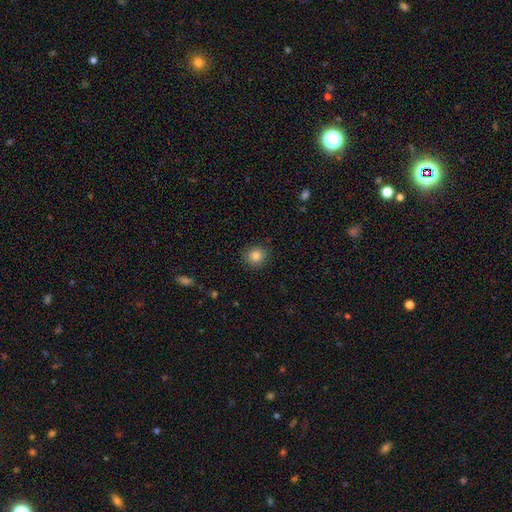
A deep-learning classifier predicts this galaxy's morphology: Smooth or featured: smooth — 84% (star or artifact — 11%)
How rounded: round — 86% (in between — 13%)
Merging: none — 90% (minor disturbance — 7%)